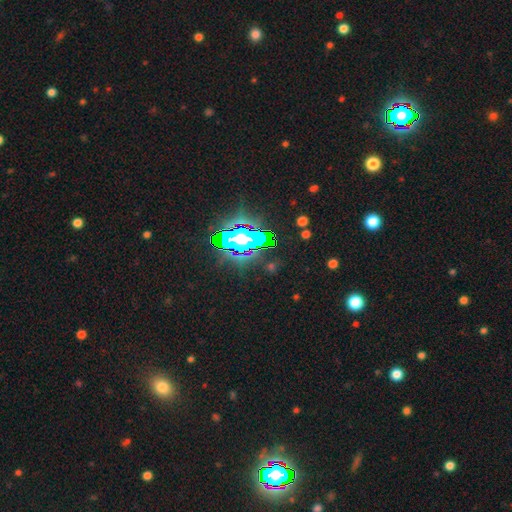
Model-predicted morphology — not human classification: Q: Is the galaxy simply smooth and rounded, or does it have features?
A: star or artifact — 82%.